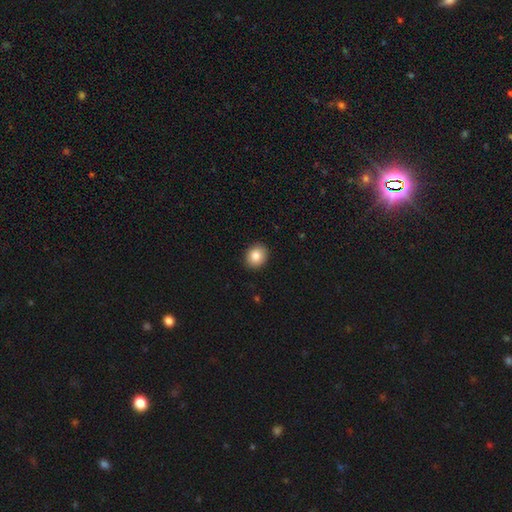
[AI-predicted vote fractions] A smooth galaxy with no disk features (85%) that is round (67%).

Vote fractions:
- Smooth or featured? smooth: 85% / star or artifact: 9% / featured or disk: 6%
- How rounded? round: 67% / in between: 32% / cigar-shaped: 1%
- Merging? none: 91% / minor disturbance: 6% / major disturbance: 2% / merger: 1%